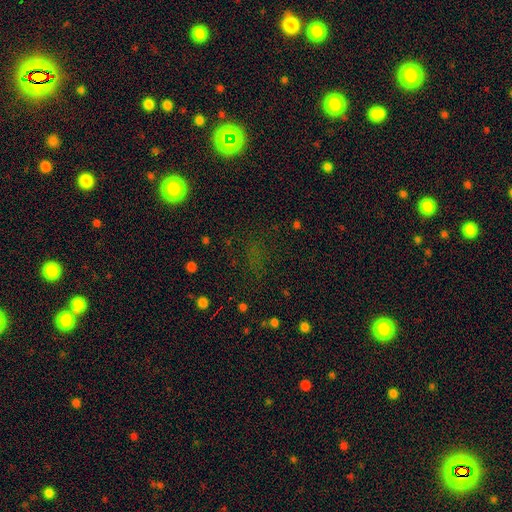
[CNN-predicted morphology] Smooth or featured? Predicted: star or artifact (p=0.59).